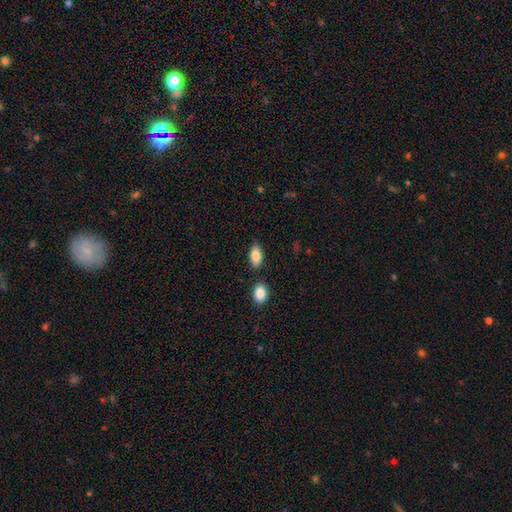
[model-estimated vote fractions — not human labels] Smooth or featured? smooth (84%)
How rounded? in between (90%)
Merging? none (80%)